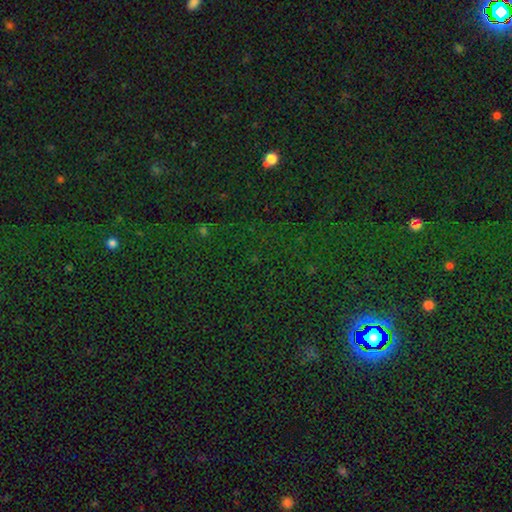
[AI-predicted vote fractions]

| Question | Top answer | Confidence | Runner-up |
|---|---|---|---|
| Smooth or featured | star or artifact | 79% | smooth (14%) |